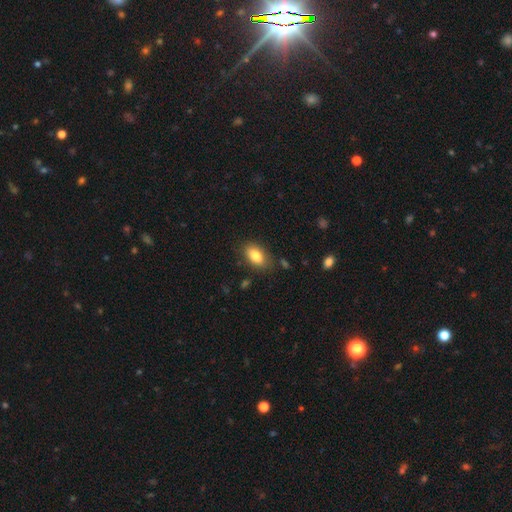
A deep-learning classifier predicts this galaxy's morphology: A smooth galaxy with no disk features (84%) that is in between round and cigar-shaped (90%). Merging: none (82%).